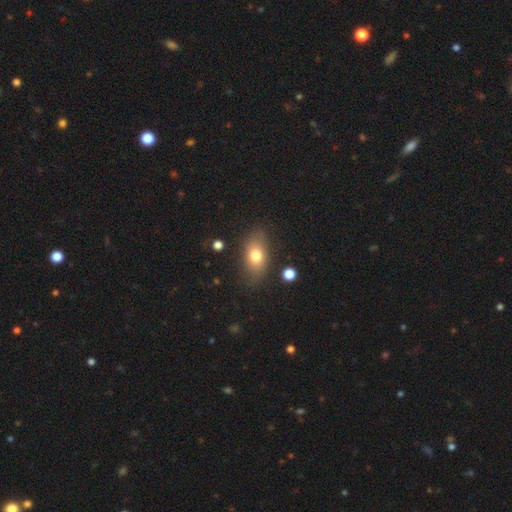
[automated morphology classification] smooth-or-featured: smooth: 74% | featured or disk: 17% | star or artifact: 9%
  how-rounded: in between: 84% | round: 12% | cigar-shaped: 4%
  merging: none: 78% | minor disturbance: 15% | major disturbance: 5% | merger: 2%